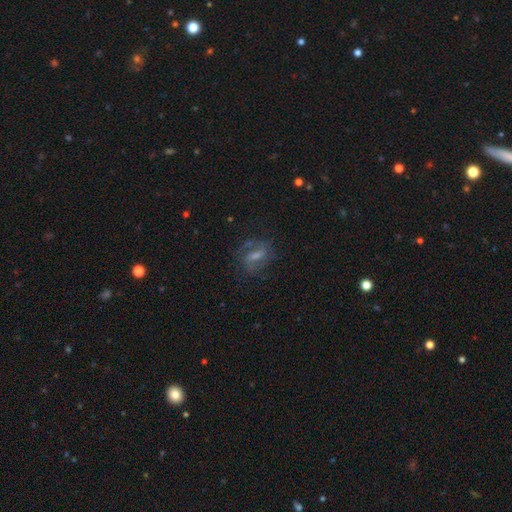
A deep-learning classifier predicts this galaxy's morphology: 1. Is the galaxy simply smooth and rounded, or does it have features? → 61% featured or disk, 26% smooth, 13% star or artifact.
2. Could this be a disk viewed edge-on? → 93% no, 7% yes.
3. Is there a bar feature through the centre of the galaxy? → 47% weak, 32% strong, 22% no.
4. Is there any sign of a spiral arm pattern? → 80% yes, 20% no.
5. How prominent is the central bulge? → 38% small, 34% moderate, 19% none, 6% large, 2% dominant.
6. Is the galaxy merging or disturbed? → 67% none, 18% minor disturbance, 13% major disturbance, 2% merger.